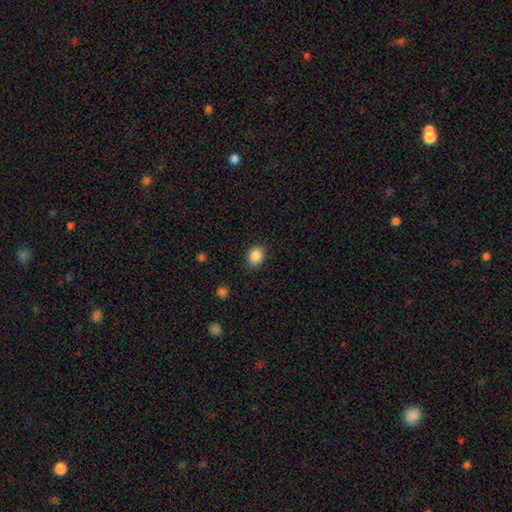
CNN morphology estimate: Q: Smooth or featured?
A: smooth (88%); runner-up: star or artifact (9%)
Q: How rounded?
A: round (52%); runner-up: in between (48%)
Q: Merging?
A: none (87%); runner-up: minor disturbance (9%)